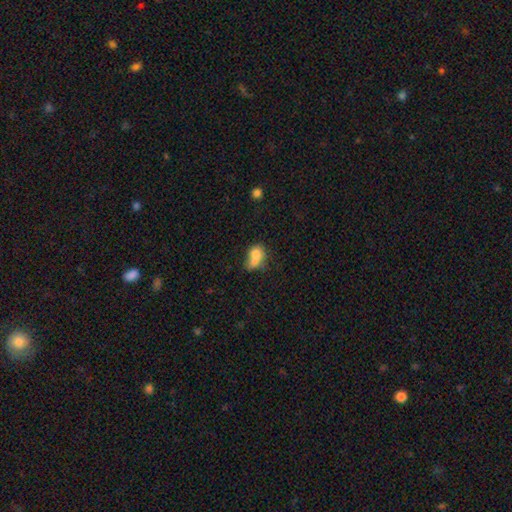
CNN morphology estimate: Smooth or featured? smooth (73%)
How rounded? in between (62%)
Merging? merger (48%)